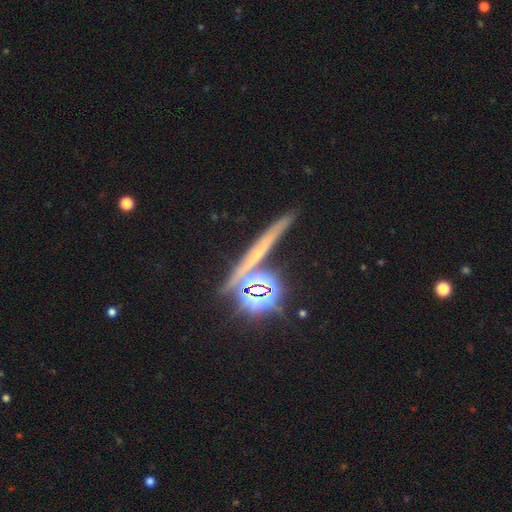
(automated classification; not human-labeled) Smooth or featured? Predicted: star or artifact (p=0.55).